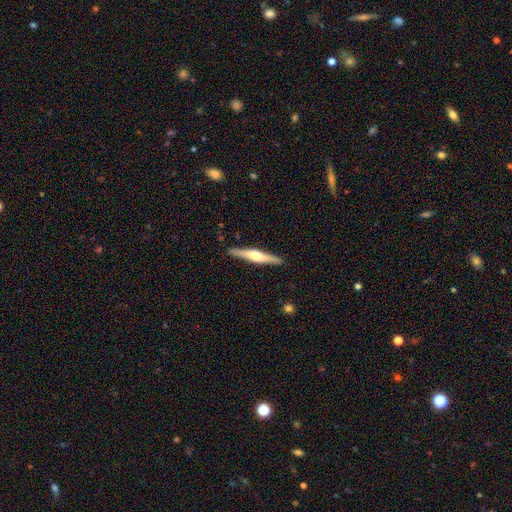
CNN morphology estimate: A featured or disk galaxy (66%) viewed edge-on (97%) with a rounded central bulge (82%).

Vote fractions:
- Smooth or featured? featured or disk: 66% / smooth: 29% / star or artifact: 5%
- Edge-on disk? yes: 97% / no: 3%
- Edge-on bulge? rounded: 82% / boxy: 12% / none: 6%
- Merging? none: 90% / minor disturbance: 7% / major disturbance: 1% / merger: 1%